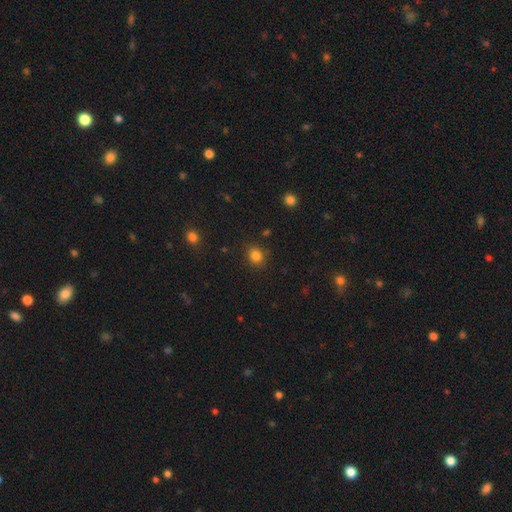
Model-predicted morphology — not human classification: A smooth galaxy with no disk features (83%) that is round (69%).

Vote fractions:
- Smooth or featured? smooth: 83% / star or artifact: 12% / featured or disk: 5%
- How rounded? round: 69% / in between: 31% / cigar-shaped: 1%
- Merging? none: 85% / minor disturbance: 10% / major disturbance: 3% / merger: 2%